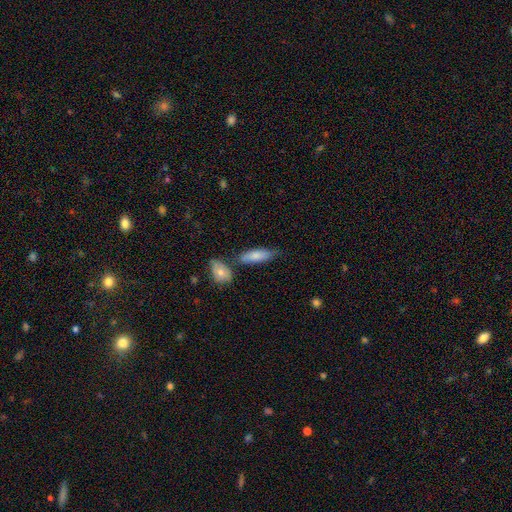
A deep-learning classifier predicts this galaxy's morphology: A smooth galaxy with no disk features (76%) that is in between round and cigar-shaped (61%). Merging: none (56%).